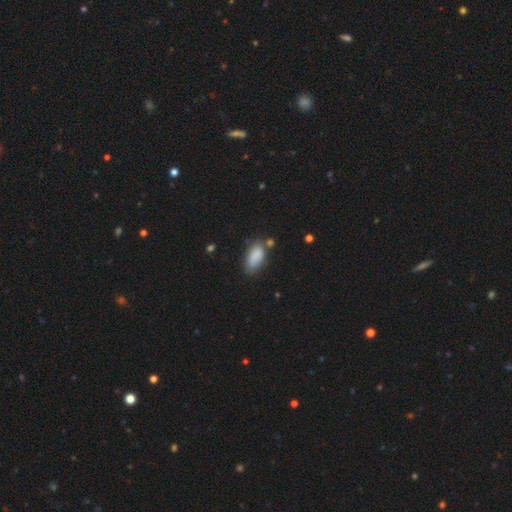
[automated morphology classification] Smooth or featured?
  - smooth: 85% *
  - featured or disk: 8%
  - star or artifact: 7%
How rounded?
  - in between: 91% *
  - cigar-shaped: 6%
  - round: 3%
Merging?
  - none: 61% *
  - minor disturbance: 25%
  - merger: 8%
  - major disturbance: 6%